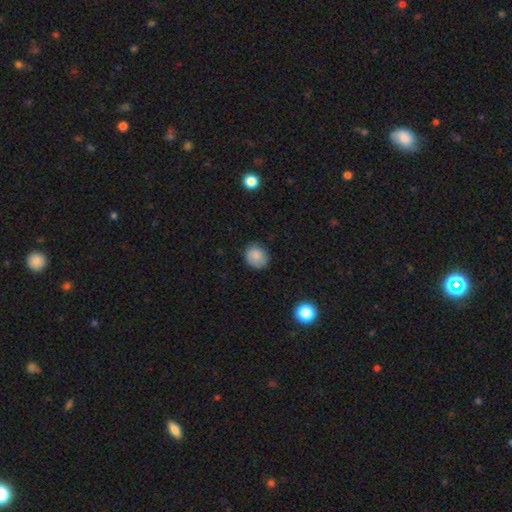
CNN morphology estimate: smooth-or-featured: smooth: 83% | featured or disk: 9% | star or artifact: 9%
  how-rounded: round: 72% | in between: 27% | cigar-shaped: 1%
  merging: none: 78% | minor disturbance: 17% | major disturbance: 4% | merger: 1%